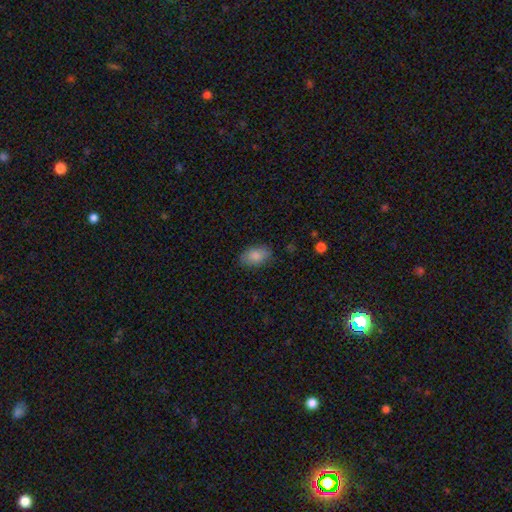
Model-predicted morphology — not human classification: A smooth galaxy with no disk features (84%) that is in between round and cigar-shaped (89%). Merging: none (82%).